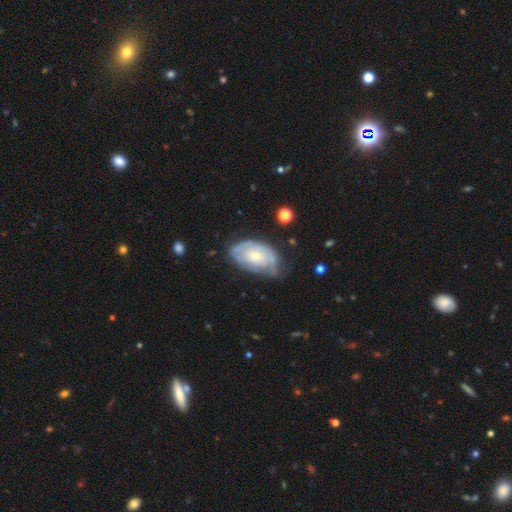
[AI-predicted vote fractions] A featured or disk galaxy (67%) with no bar (78%), spiral arms (77%) and a small central bulge (53%).

Vote fractions:
- Smooth or featured? featured or disk: 67% / smooth: 28% / star or artifact: 6%
- Edge-on disk? no: 95% / yes: 5%
- Bar? no: 78% / weak: 19% / strong: 3%
- Spiral arms? yes: 77% / no: 23%
- Bulge size? small: 53% / moderate: 41% / large: 3% / none: 2% / dominant: 1%
- Merging? none: 56% / minor disturbance: 31% / major disturbance: 11% / merger: 2%